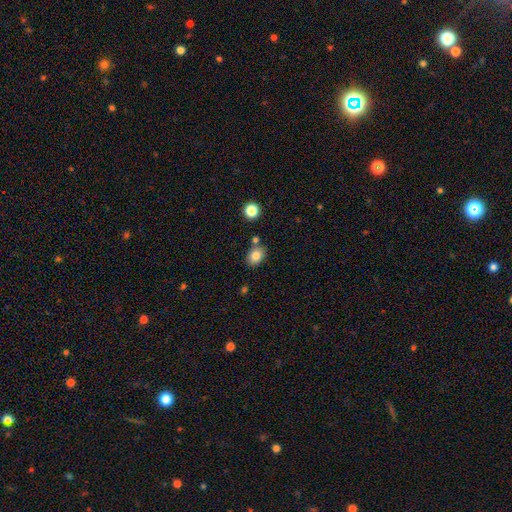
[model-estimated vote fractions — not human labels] smooth_or_featured: smooth (p=0.82) [alt: star or artifact p=0.10]
how_rounded: in between (p=0.62) [alt: round p=0.37]
merging: none (p=0.76) [alt: minor disturbance p=0.12]